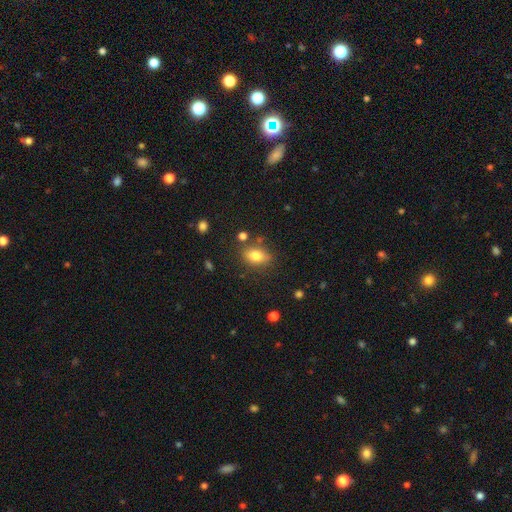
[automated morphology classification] Smooth or featured? Predicted: smooth (p=0.80). How rounded? Predicted: in between (p=0.78). Merging? Predicted: none (p=0.76).